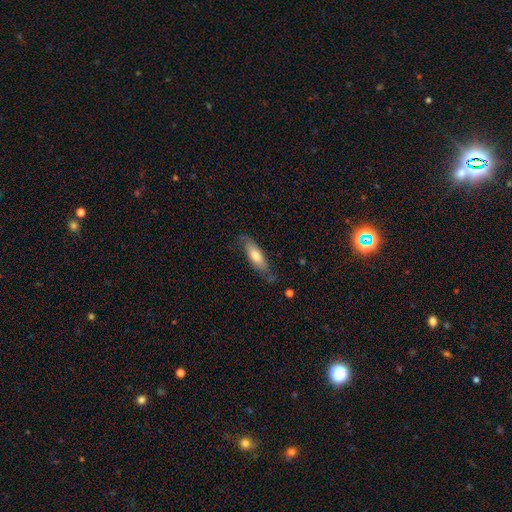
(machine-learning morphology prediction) Smooth or featured: smooth — 63% (featured or disk — 31%)
How rounded: in between — 55% (cigar-shaped — 43%)
Merging: none — 66% (minor disturbance — 25%)